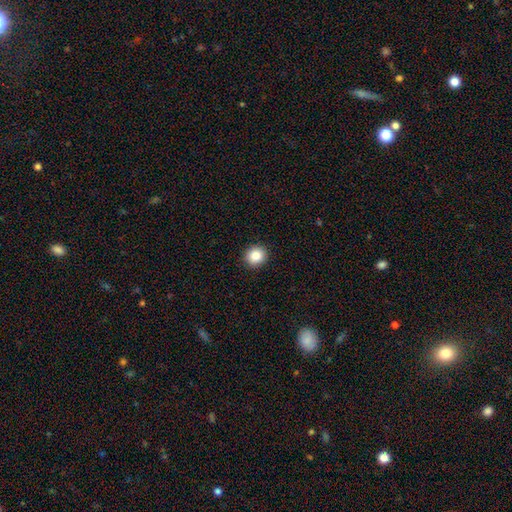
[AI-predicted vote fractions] This appears to be a smooth galaxy with no disk features (86%) that is round (82%). Merging: none (92%).